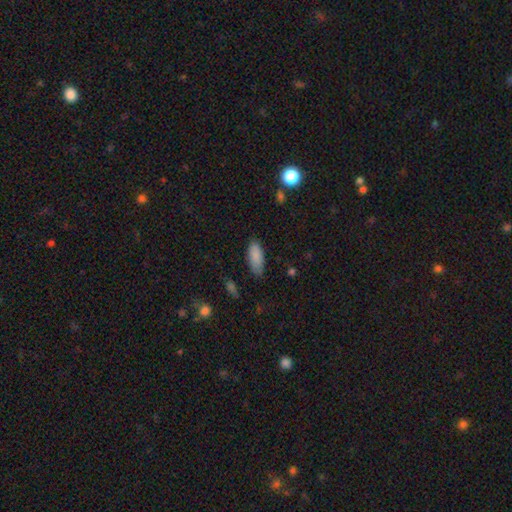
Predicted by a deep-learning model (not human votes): Smooth or featured? Predicted: smooth (p=0.87). How rounded? Predicted: in between (p=0.83). Merging? Predicted: none (p=0.78).